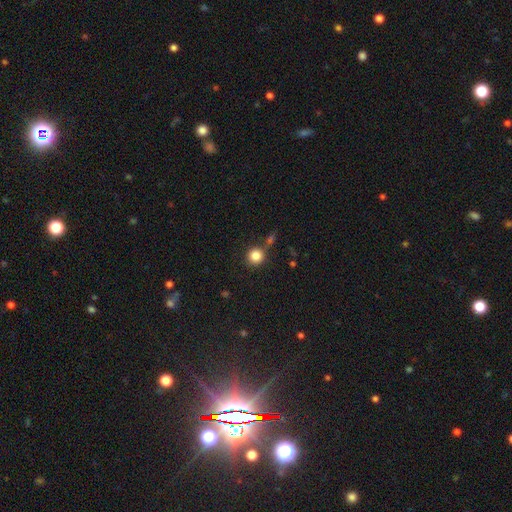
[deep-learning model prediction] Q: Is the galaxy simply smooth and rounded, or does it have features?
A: smooth — 83%.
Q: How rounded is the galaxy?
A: round — 91%.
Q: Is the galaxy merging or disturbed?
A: none — 76%.